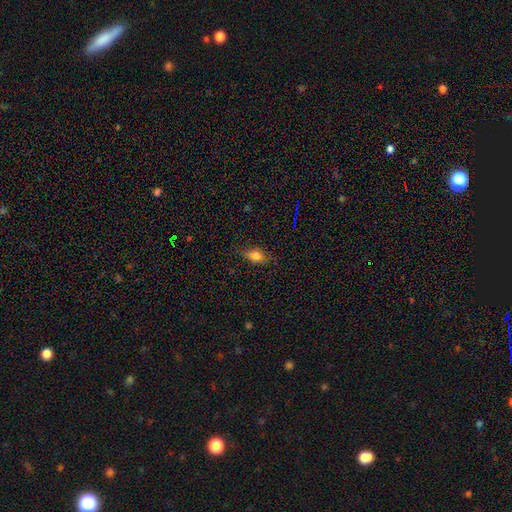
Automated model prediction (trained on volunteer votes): The model was most divided on "smooth or featured": smooth: 70%, featured or disk: 20%, star or artifact: 11%. More confident: merging — none (79%); how rounded — in between (78%).